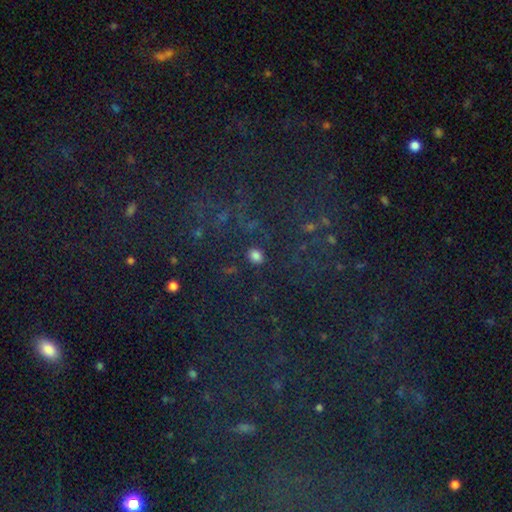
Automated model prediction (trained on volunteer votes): Smooth or featured? smooth (74%)
How rounded? round (59%)
Merging? none (84%)